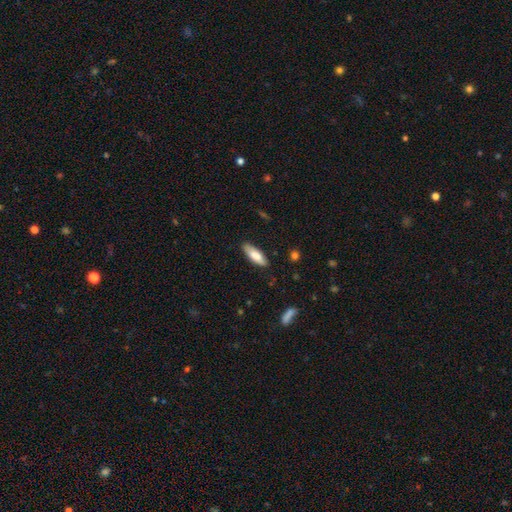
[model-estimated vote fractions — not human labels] smooth 79%, featured or disk 15%, star or artifact 6%. Down the decision tree: how rounded — in between (59%); merging — none (84%).